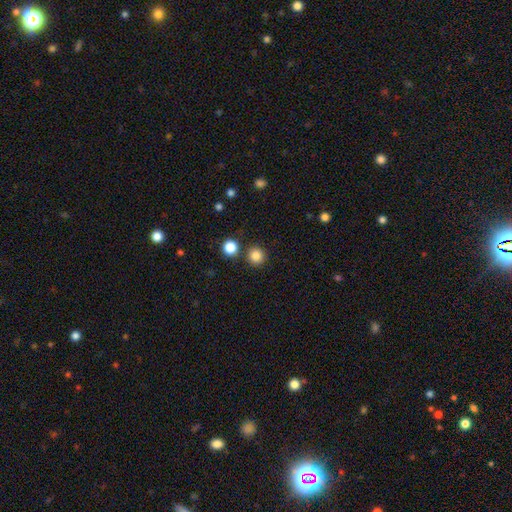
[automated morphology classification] smooth 84%, star or artifact 12%, featured or disk 4%. Down the decision tree: how rounded — round (95%); merging — none (86%).